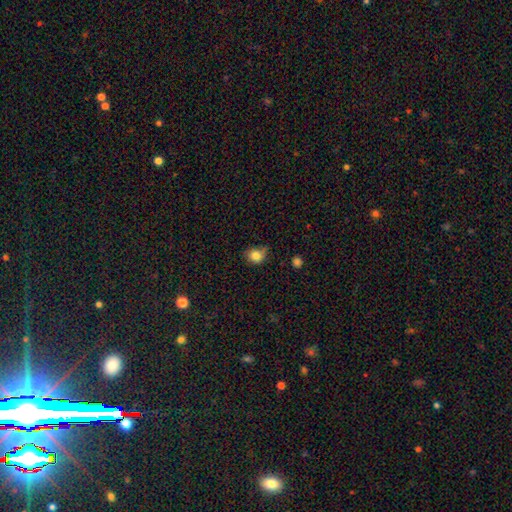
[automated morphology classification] The model was most divided on "merging": none: 57%, minor disturbance: 32%, major disturbance: 7%, merger: 4%. More confident: smooth or featured — smooth (81%); how rounded — round (73%).